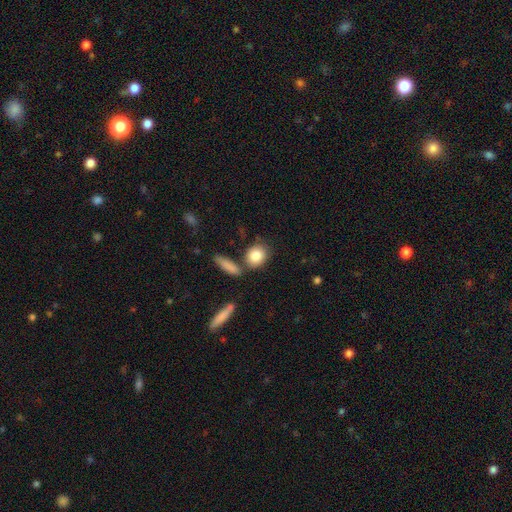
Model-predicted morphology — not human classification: type=smooth (84%); roundness=round (56%); merging=none (67%).